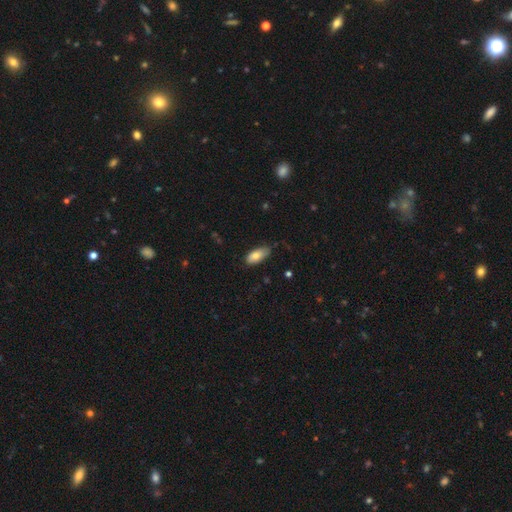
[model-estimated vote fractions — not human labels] Smooth or featured? Predicted: smooth (p=0.80). How rounded? Predicted: in between (p=0.89). Merging? Predicted: none (p=0.68).